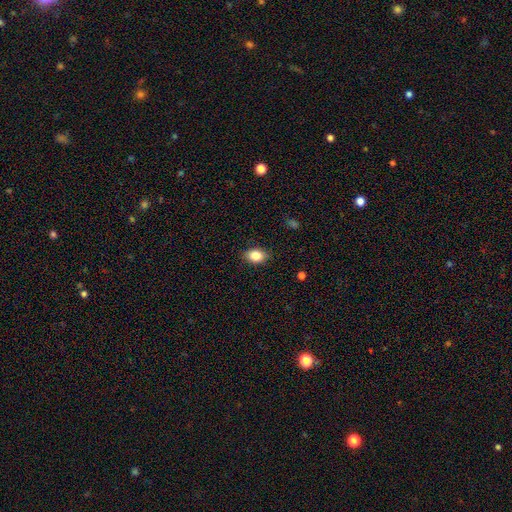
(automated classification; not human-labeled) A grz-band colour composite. It shows a smooth galaxy with no disk features (85%) that is in between round and cigar-shaped (79%). Merging: none (86%).